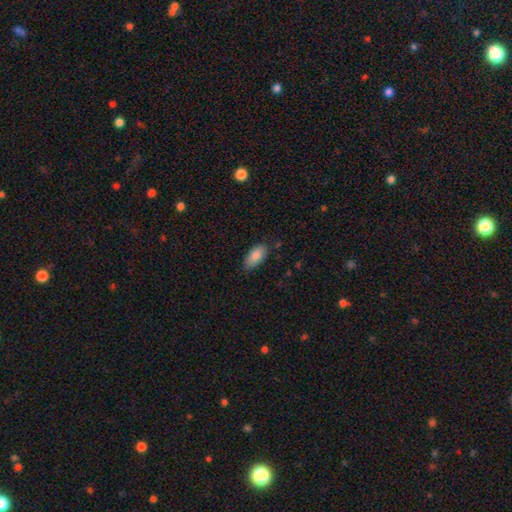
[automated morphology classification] This is clearly a smooth galaxy (85%). How rounded: clearly in between (91%). Merging: clearly none (82%).